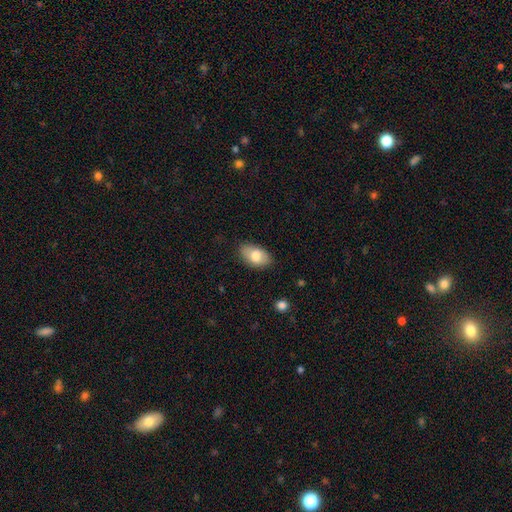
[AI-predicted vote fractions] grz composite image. It shows a smooth galaxy with no disk features (79%) that is in between round and cigar-shaped (92%). Merging: none (80%).